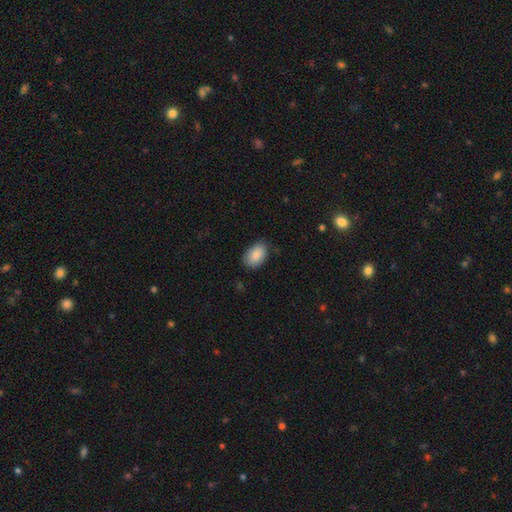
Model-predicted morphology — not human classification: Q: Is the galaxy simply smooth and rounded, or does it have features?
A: smooth — 89%.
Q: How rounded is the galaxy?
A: in between — 90%.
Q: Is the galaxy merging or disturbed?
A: none — 79%.